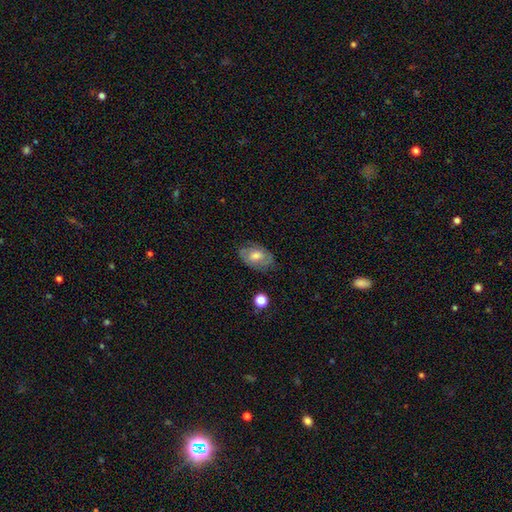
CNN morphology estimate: This is possibly a smooth galaxy (49%). Merging: likely none (73%).